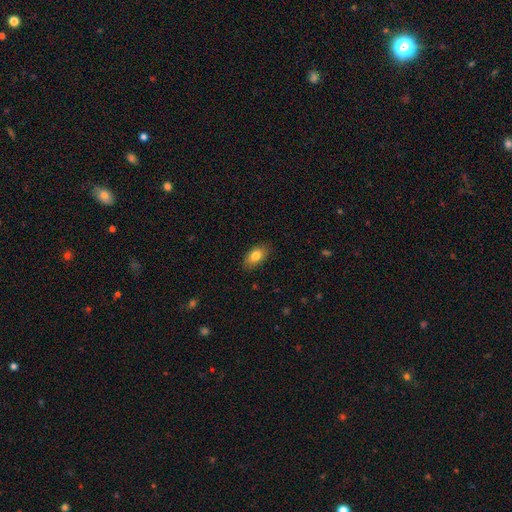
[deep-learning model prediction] Smooth or featured? smooth (81%)
How rounded? in between (89%)
Merging? none (86%)